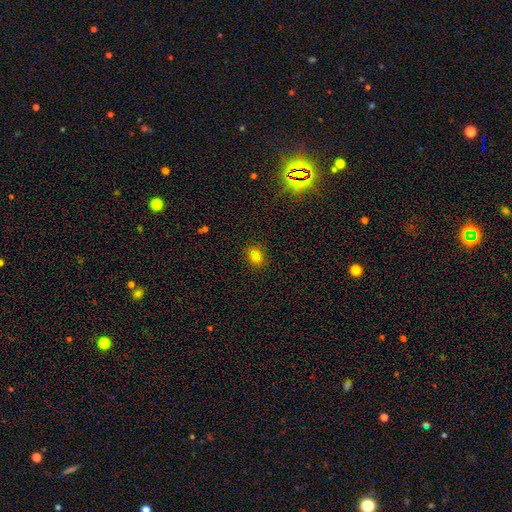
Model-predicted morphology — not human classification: The model was most divided on "how rounded": round: 50%, in between: 48%, cigar-shaped: 3%. More confident: merging — none (77%); smooth or featured — smooth (68%).